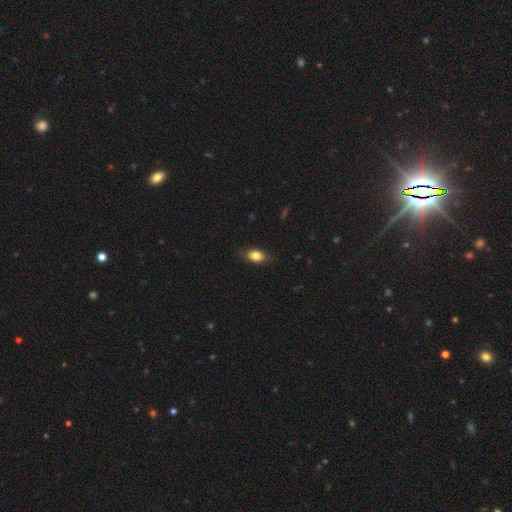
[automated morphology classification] Smooth or featured? smooth (82%)
How rounded? in between (85%)
Merging? none (82%)